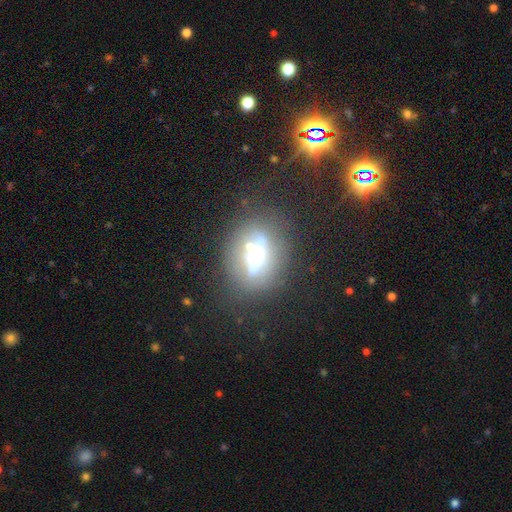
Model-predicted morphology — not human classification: featured or disk 52%, smooth 33%, star or artifact 15%. Down the decision tree: edge-on disk — no (66%); merging — none (56%).